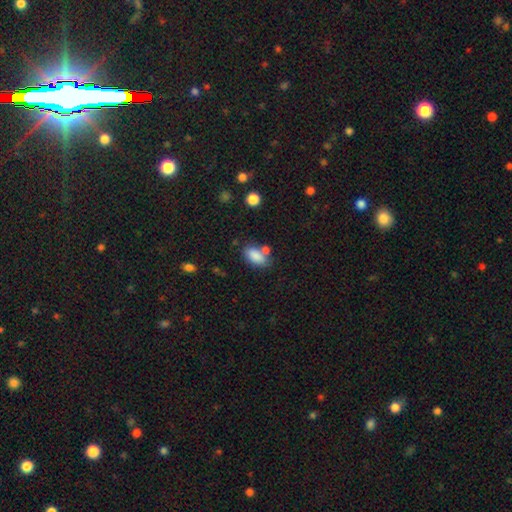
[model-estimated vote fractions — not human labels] Smooth or featured?
  - smooth: 85% *
  - star or artifact: 8%
  - featured or disk: 7%
How rounded?
  - in between: 90% *
  - cigar-shaped: 6%
  - round: 4%
Merging?
  - none: 60% *
  - merger: 19%
  - minor disturbance: 16%
  - major disturbance: 5%